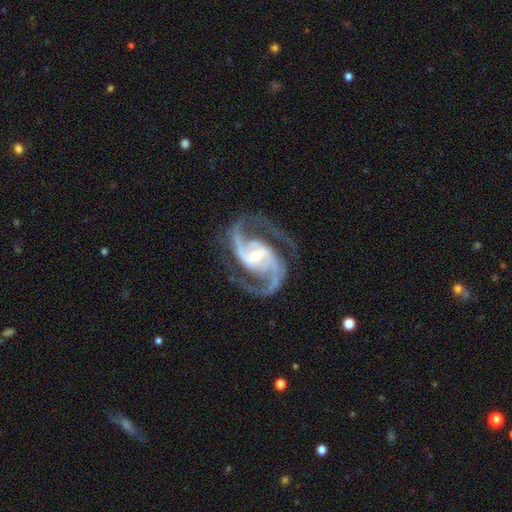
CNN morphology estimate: Overall: featured or disk (94%). Edge-on disk: no (98%). Bar: weak (47%; strong 34%). Spiral arms: yes (99%). Spiral arm count: 2 (91%). Spiral winding: medium (66%). Bulge size: moderate (49%; small 45%). Merging: none (76%).